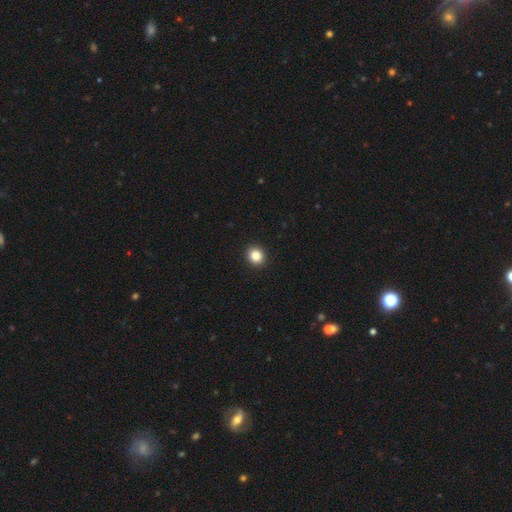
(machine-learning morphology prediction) Q: Smooth or featured?
A: smooth (86%); runner-up: star or artifact (10%)
Q: How rounded?
A: round (87%); runner-up: in between (12%)
Q: Merging?
A: none (93%); runner-up: minor disturbance (4%)